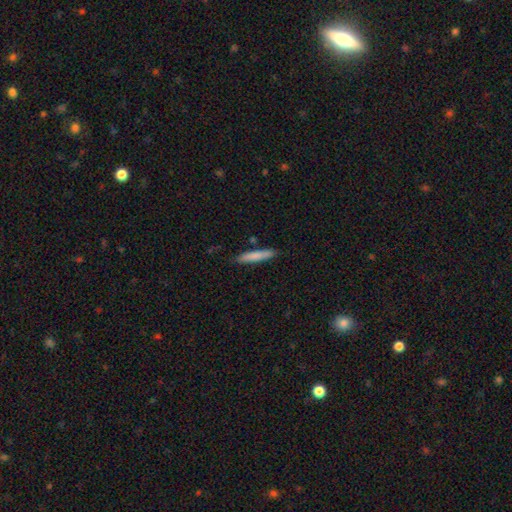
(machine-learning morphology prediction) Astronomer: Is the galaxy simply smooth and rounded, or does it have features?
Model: smooth — 78%.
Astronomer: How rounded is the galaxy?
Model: cigar-shaped — 93%.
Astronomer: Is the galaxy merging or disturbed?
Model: none — 85%.